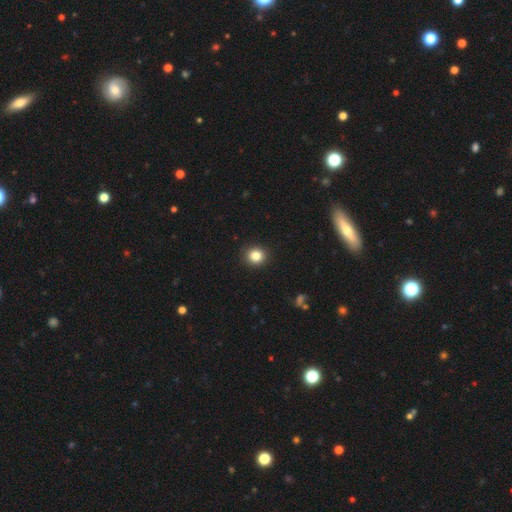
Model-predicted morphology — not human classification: Overall: smooth (84%). How rounded: round (87%). Merging: none (92%).